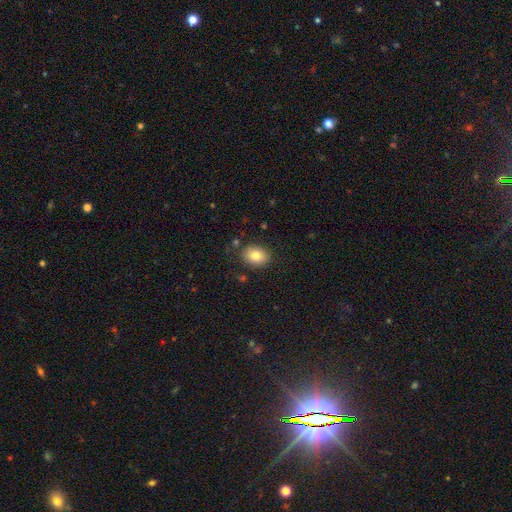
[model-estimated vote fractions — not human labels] Smooth or featured: smooth — 82% (featured or disk — 9%)
How rounded: in between — 59% (round — 40%)
Merging: none — 84% (minor disturbance — 11%)